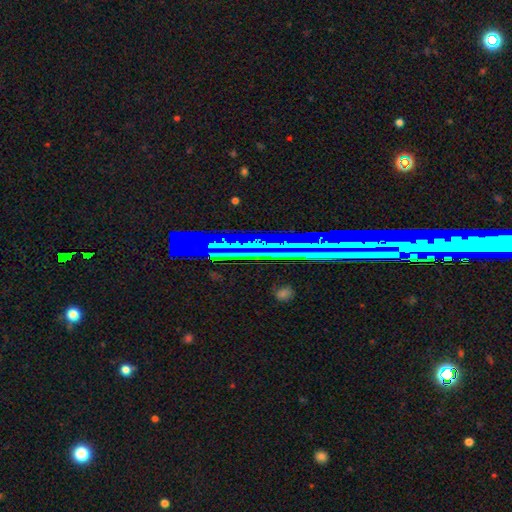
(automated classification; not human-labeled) This is possibly a star or artifact rather than a galaxy (58%).